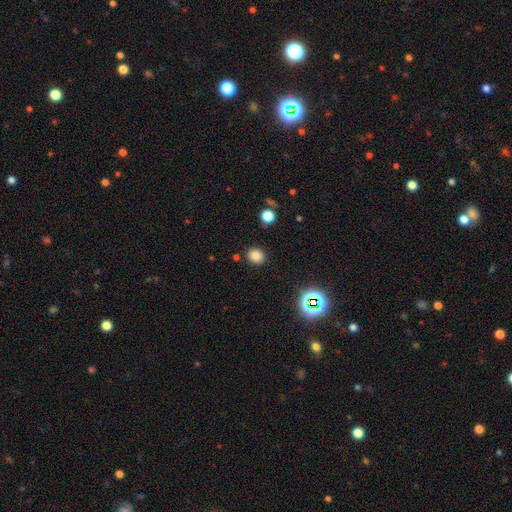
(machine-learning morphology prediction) smooth_or_featured: smooth (p=0.80) [alt: star or artifact p=0.15]
how_rounded: round (p=0.81) [alt: in between p=0.18]
merging: none (p=0.87) [alt: minor disturbance p=0.07]